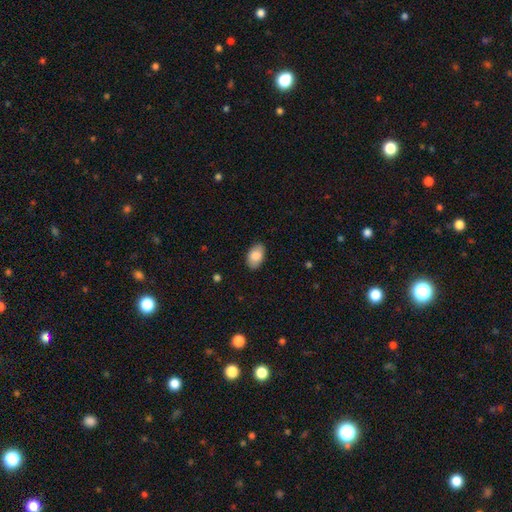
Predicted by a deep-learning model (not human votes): Smooth or featured? smooth (86%)
How rounded? in between (92%)
Merging? none (86%)